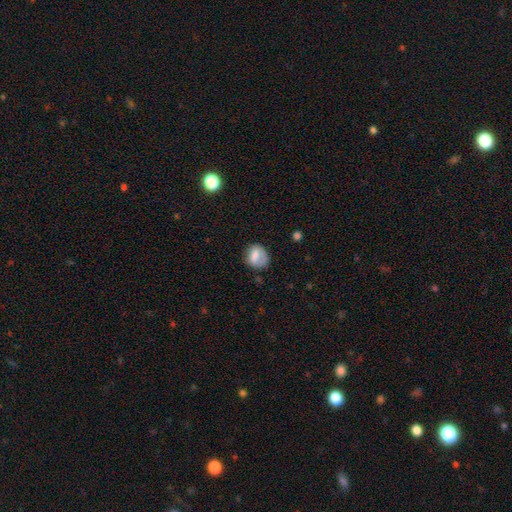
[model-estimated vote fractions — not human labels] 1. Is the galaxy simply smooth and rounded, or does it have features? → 77% smooth, 14% featured or disk, 9% star or artifact.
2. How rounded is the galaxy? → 55% round, 44% in between, 1% cigar-shaped.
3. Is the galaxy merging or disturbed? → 61% none, 26% minor disturbance, 11% major disturbance, 2% merger.